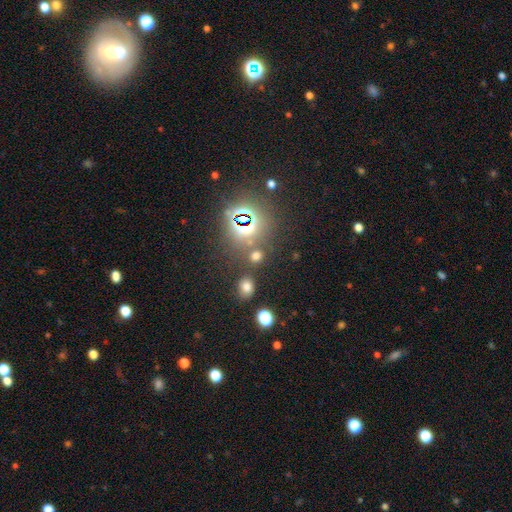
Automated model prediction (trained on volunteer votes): Smooth or featured: smooth — 57% (star or artifact — 36%)
How rounded: round — 63% (in between — 35%)
Merging: none — 75% (merger — 12%)